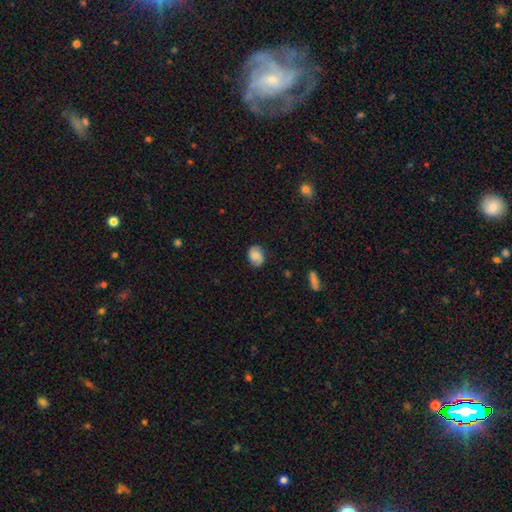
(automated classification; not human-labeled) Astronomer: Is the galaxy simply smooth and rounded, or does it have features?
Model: smooth — 50% (runner-up: featured or disk, 41%).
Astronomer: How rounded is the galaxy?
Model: in between — 63%.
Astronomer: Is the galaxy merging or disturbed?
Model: none — 80%.